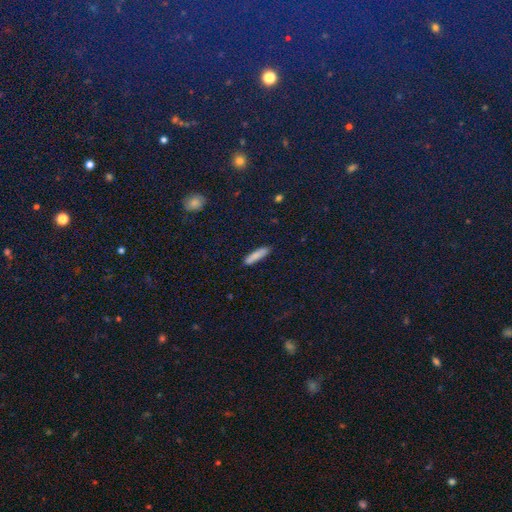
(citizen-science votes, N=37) Smooth or featured? smooth (89%)
How rounded? cigar-shaped (88%)
Merging? none (94%)